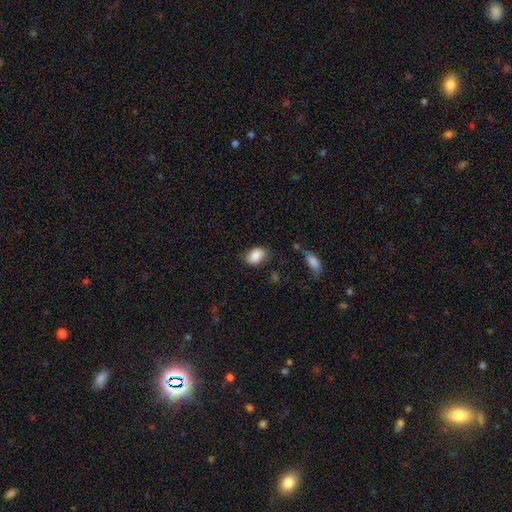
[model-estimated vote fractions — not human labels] smooth_or_featured: smooth (p=0.87) [alt: star or artifact p=0.07]
how_rounded: in between (p=0.85) [alt: round p=0.13]
merging: none (p=0.76) [alt: minor disturbance p=0.17]